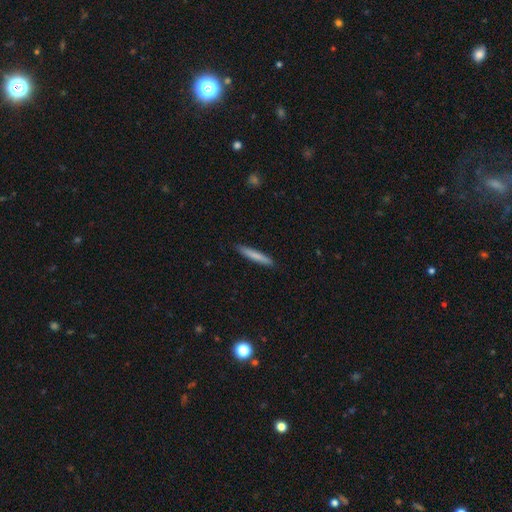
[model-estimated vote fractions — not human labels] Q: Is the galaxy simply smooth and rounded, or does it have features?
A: smooth — 76%.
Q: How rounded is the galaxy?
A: cigar-shaped — 95%.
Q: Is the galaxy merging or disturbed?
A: none — 89%.